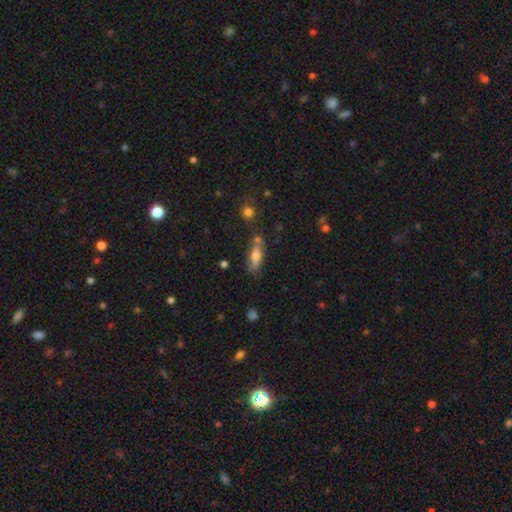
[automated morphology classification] type=smooth (59%); roundness=in between (63%); merging=none (63%).